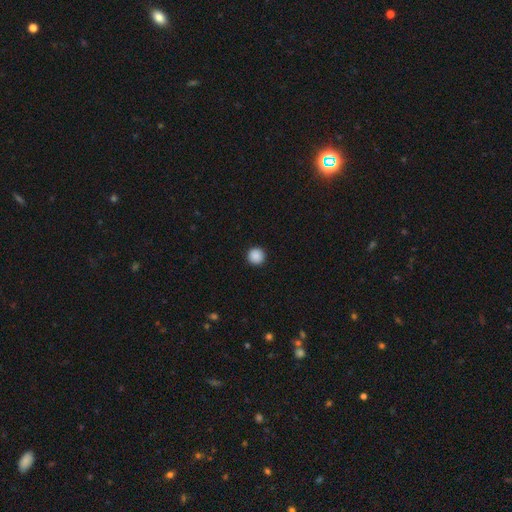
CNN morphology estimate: A smooth galaxy with no disk features (89%) that is round (96%). Merging: none (94%).